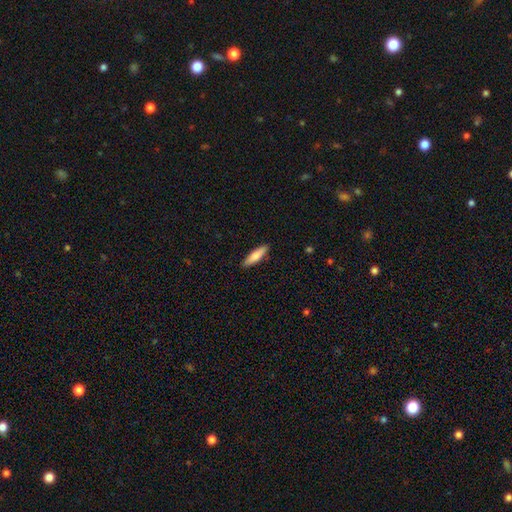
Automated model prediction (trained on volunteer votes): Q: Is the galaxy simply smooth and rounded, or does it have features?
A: smooth — 75%.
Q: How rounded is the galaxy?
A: cigar-shaped — 71%.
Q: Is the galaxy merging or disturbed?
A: none — 90%.